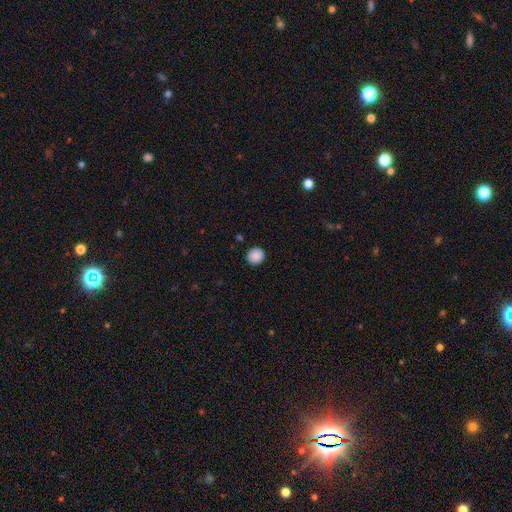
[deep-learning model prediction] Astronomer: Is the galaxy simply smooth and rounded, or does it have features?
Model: smooth — 89%.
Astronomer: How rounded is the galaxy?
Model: round — 92%.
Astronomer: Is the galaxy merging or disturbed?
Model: none — 91%.